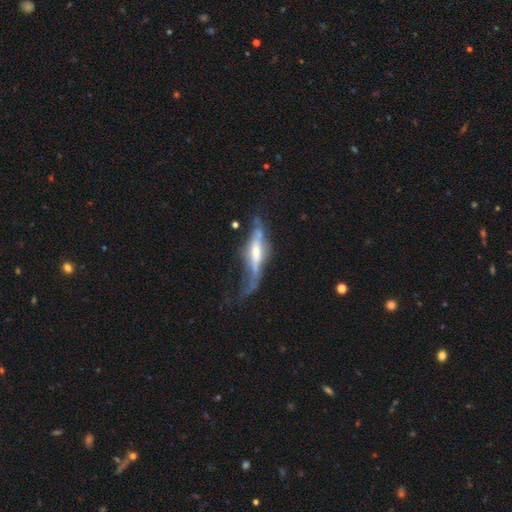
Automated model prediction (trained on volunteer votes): Morphology: type=featured or disk (71%); edge-on=yes (67%); merging=major disturbance (34%).